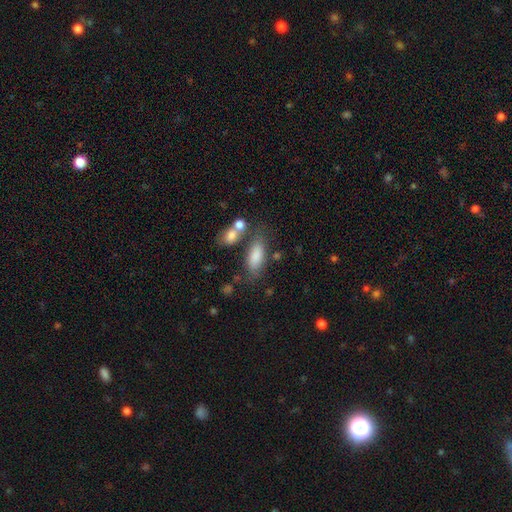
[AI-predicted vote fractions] Morphology: type=smooth (81%); roundness=in between (75%); merging=none (65%).